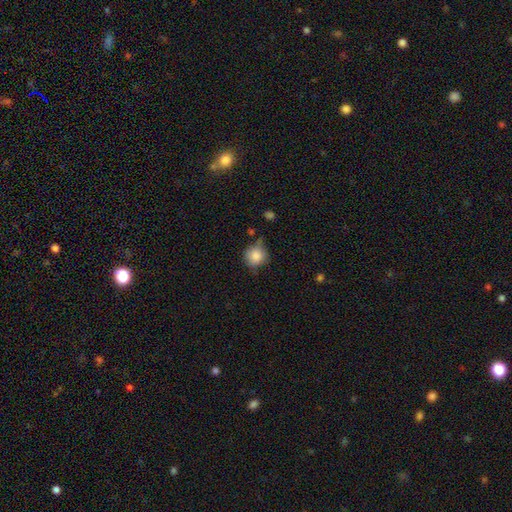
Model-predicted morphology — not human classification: The model was most divided on "merging": none: 63%, minor disturbance: 26%, major disturbance: 6%, merger: 5%. More confident: how rounded — round (89%); smooth or featured — smooth (84%).